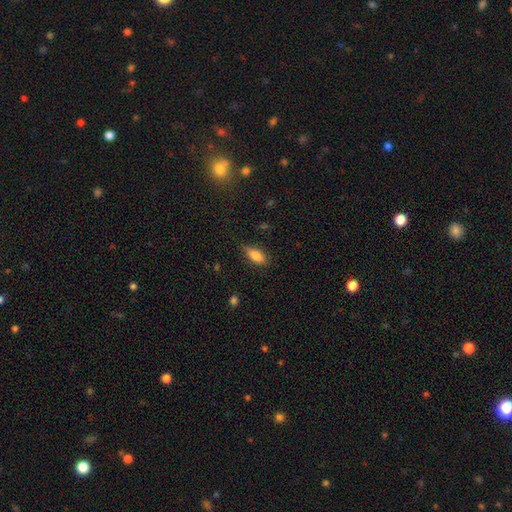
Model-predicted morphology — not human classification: smooth-or-featured: smooth: 81% | featured or disk: 11% | star or artifact: 8%
  how-rounded: in between: 78% | cigar-shaped: 19% | round: 3%
  merging: none: 77% | minor disturbance: 18% | major disturbance: 4% | merger: 1%